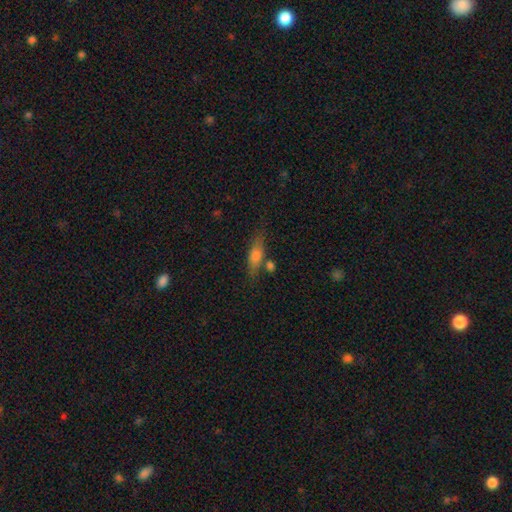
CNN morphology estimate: Smooth or featured: smooth — 65% (featured or disk — 27%)
How rounded: cigar-shaped — 49% (in between — 47%)
Merging: none — 67% (minor disturbance — 16%)